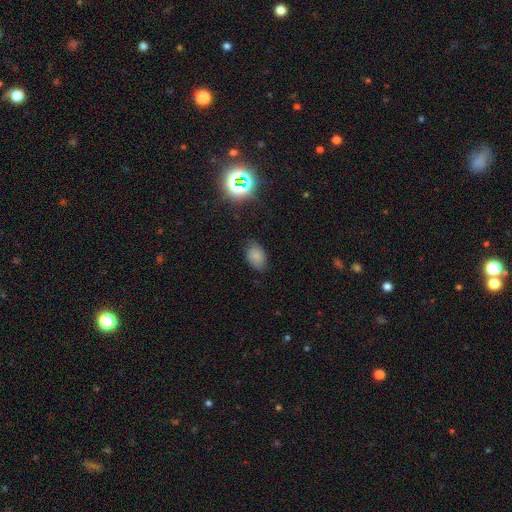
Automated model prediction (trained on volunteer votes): Overall: smooth (76%). How rounded: in between (84%). Merging: none (74%).